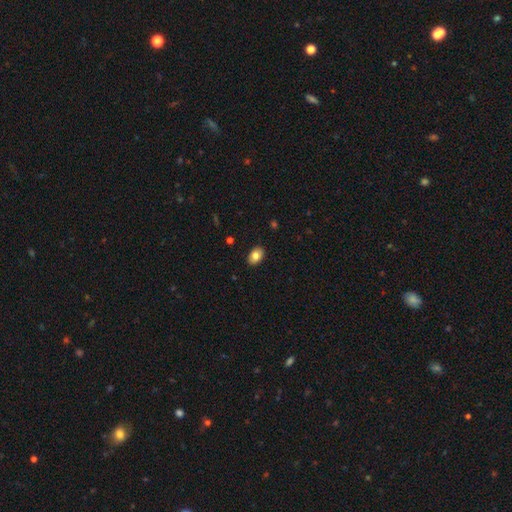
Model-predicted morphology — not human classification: This appears to be a smooth galaxy with no disk features (81%) that is in between round and cigar-shaped (88%). Merging: none (90%).